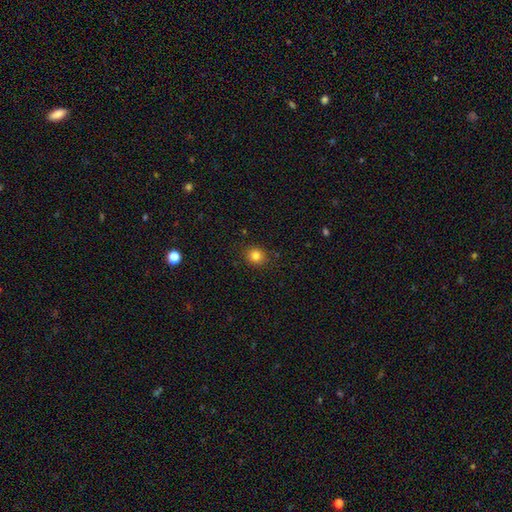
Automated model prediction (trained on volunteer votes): Overall: smooth (83%). How rounded: round (82%). Merging: none (89%).